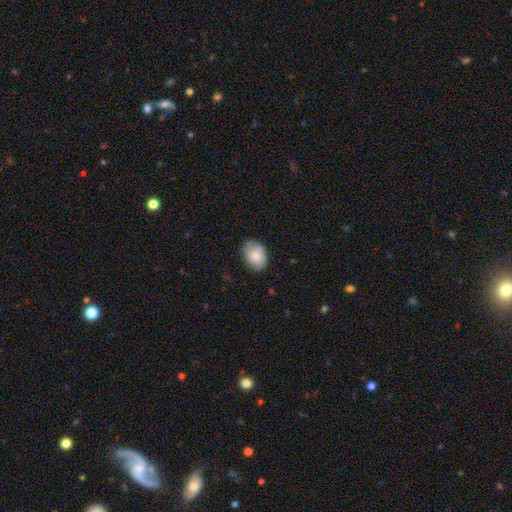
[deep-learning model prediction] smooth 83%, featured or disk 11%, star or artifact 6%. Down the decision tree: how rounded — in between (81%); merging — none (80%).